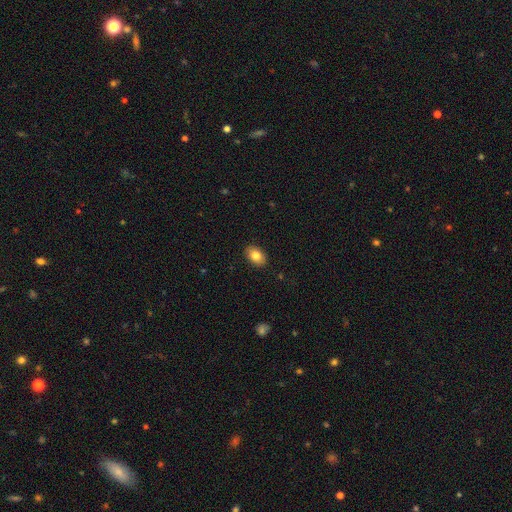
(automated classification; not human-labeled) This appears to be a smooth galaxy with no disk features (83%) that is in between round and cigar-shaped (84%). Merging: none (89%).